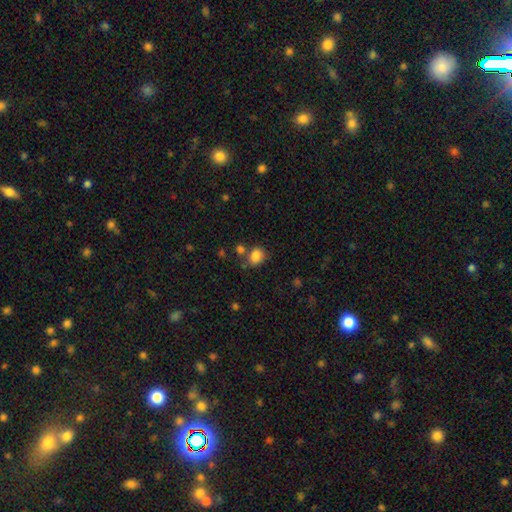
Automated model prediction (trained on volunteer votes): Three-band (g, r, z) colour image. It shows a smooth galaxy with no disk features (83%) that is in between round and cigar-shaped (53%). Merging: none (65%).